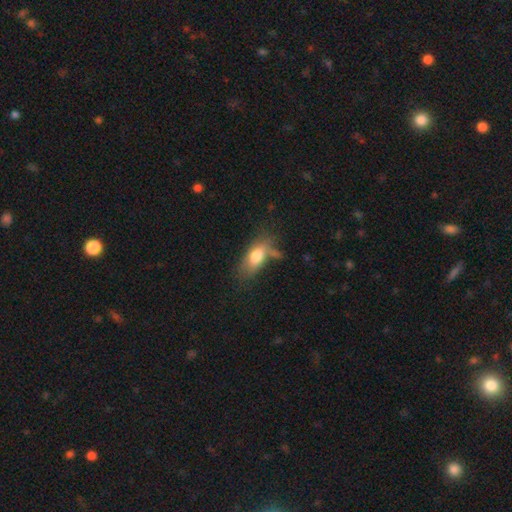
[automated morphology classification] A smooth galaxy with no disk features (73%) that is in between round and cigar-shaped (83%).

Vote fractions:
- Smooth or featured? smooth: 73% / featured or disk: 19% / star or artifact: 8%
- How rounded? in between: 83% / cigar-shaped: 12% / round: 5%
- Merging? none: 47% / minor disturbance: 25% / major disturbance: 15% / merger: 13%